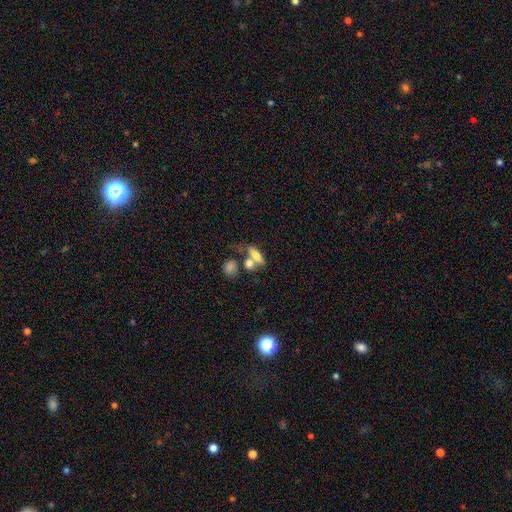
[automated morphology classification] Smooth or featured? smooth (65%)
How rounded? in between (57%)
Merging? none (40%)